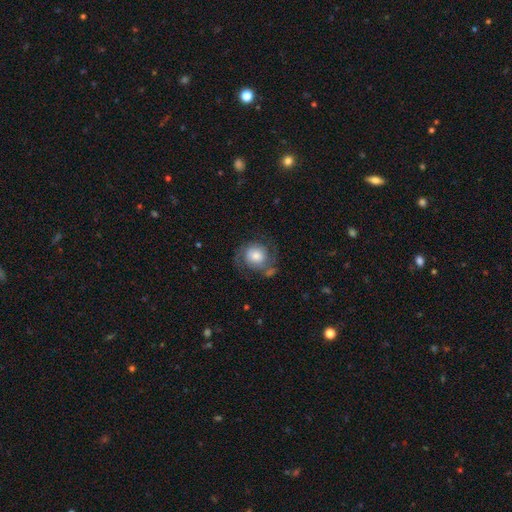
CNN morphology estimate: Q: Smooth or featured?
A: featured or disk (57%); runner-up: smooth (35%)
Q: Edge-on disk?
A: no (98%); runner-up: yes (2%)
Q: Bar?
A: no (76%); runner-up: weak (20%)
Q: Spiral arms?
A: yes (84%); runner-up: no (16%)
Q: Bulge size?
A: moderate (44%); runner-up: large (29%)
Q: Merging?
A: none (61%); runner-up: minor disturbance (20%)